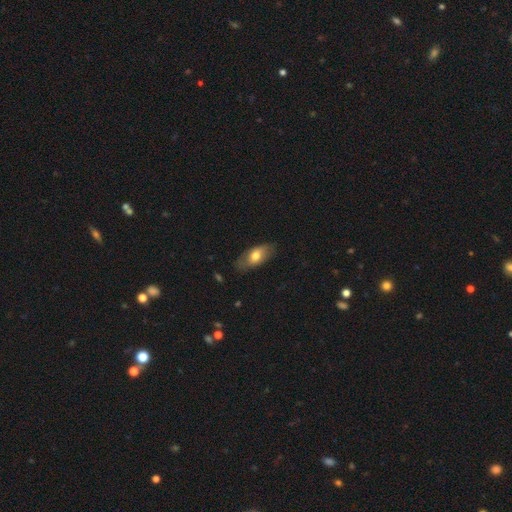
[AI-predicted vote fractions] Smooth or featured?
  - smooth: 67% *
  - featured or disk: 27%
  - star or artifact: 6%
How rounded?
  - in between: 87% *
  - cigar-shaped: 9%
  - round: 4%
Merging?
  - none: 80% *
  - minor disturbance: 15%
  - major disturbance: 3%
  - merger: 1%